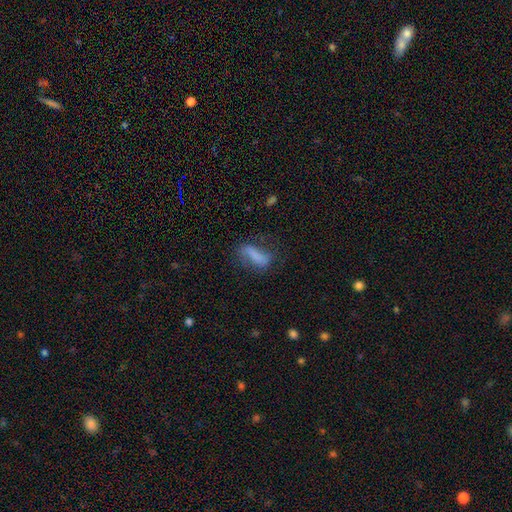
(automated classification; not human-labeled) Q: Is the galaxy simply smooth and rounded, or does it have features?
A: smooth — 61%.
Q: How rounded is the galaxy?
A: in between — 55%.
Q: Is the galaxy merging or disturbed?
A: none — 53%.